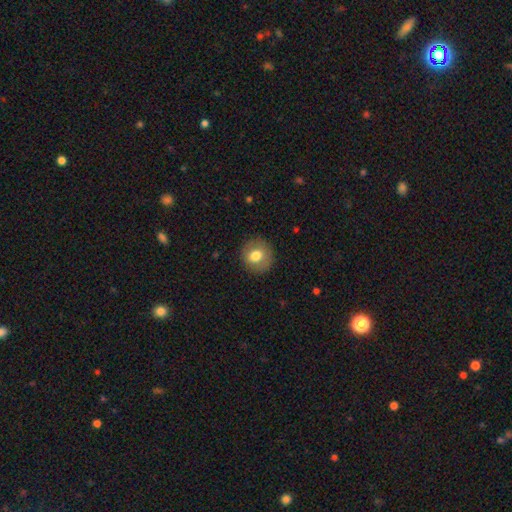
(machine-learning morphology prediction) This appears to be a smooth galaxy with no disk features (76%) that is round (89%). Merging: none (88%).